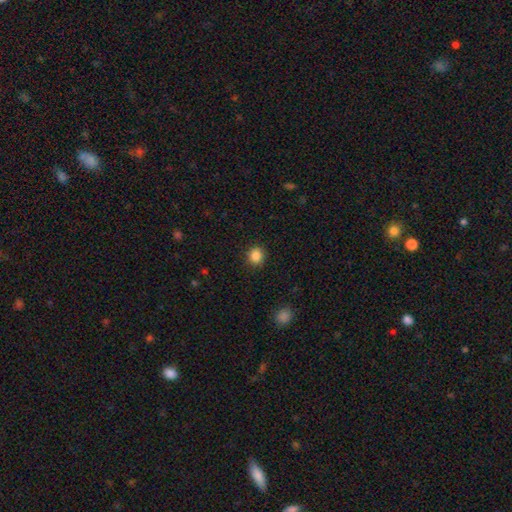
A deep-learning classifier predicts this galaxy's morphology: Q: Smooth or featured?
A: smooth (87%); runner-up: star or artifact (10%)
Q: How rounded?
A: round (86%); runner-up: in between (13%)
Q: Merging?
A: none (90%); runner-up: minor disturbance (7%)